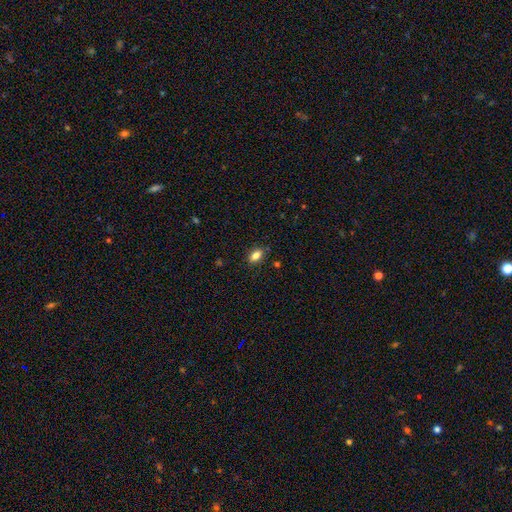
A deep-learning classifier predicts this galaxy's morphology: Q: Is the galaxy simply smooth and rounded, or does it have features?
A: smooth — 83%.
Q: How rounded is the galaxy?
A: in between — 84%.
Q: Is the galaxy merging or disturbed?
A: none — 85%.